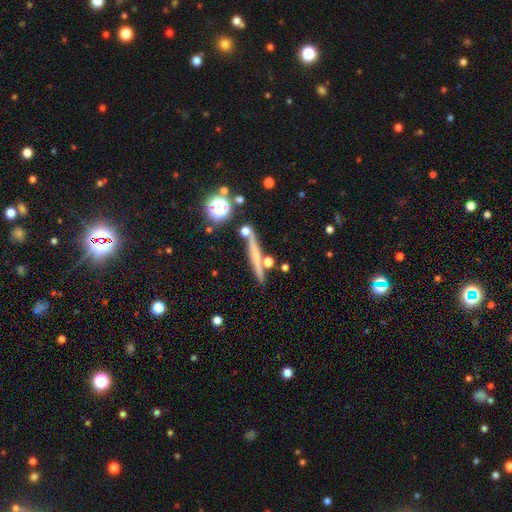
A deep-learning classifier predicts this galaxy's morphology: This is possibly a featured or disk galaxy (49%). Merging: clearly none (81%).